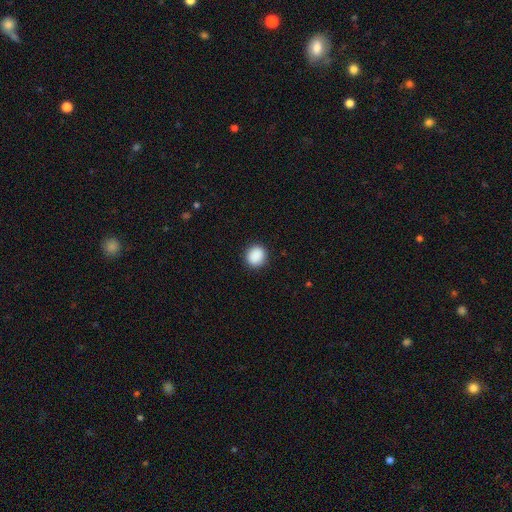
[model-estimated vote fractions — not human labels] The model was most divided on "how rounded": round: 83%, in between: 16%, cigar-shaped: 1%. More confident: merging — none (91%); smooth or featured — smooth (90%).